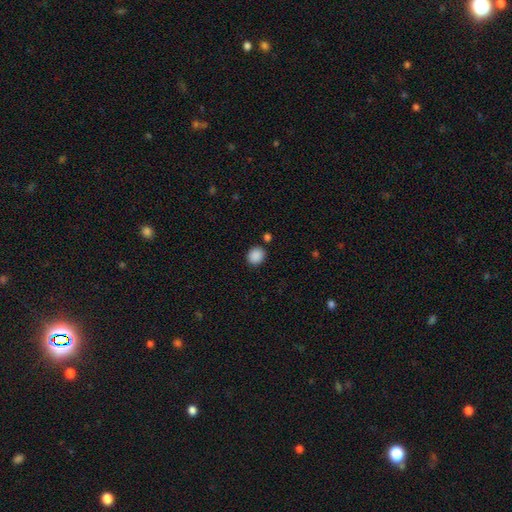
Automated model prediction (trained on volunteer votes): Smooth or featured: smooth — 88% (star or artifact — 9%)
How rounded: round — 71% (in between — 28%)
Merging: none — 84% (minor disturbance — 9%)